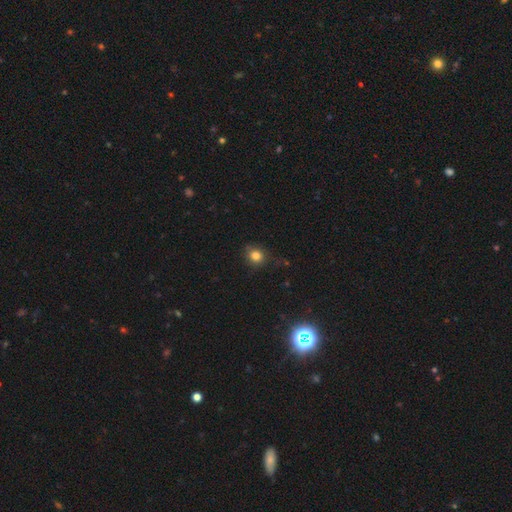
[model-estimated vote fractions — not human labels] Smooth or featured? Predicted: smooth (p=0.81). How rounded? Predicted: round (p=0.83). Merging? Predicted: none (p=0.76).